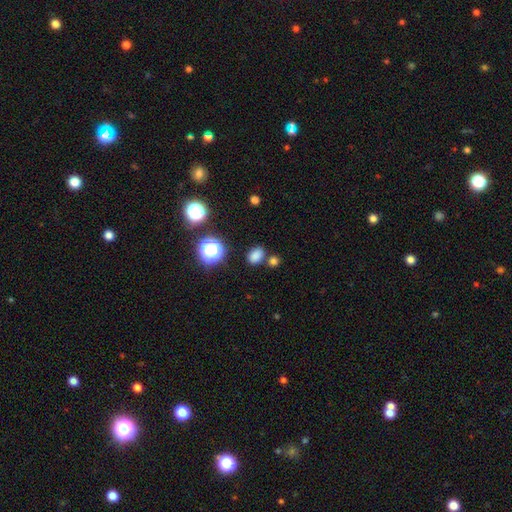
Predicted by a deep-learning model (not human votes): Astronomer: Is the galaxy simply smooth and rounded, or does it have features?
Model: smooth — 78%.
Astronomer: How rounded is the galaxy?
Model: in between — 70%.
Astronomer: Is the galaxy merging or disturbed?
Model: none — 75%.